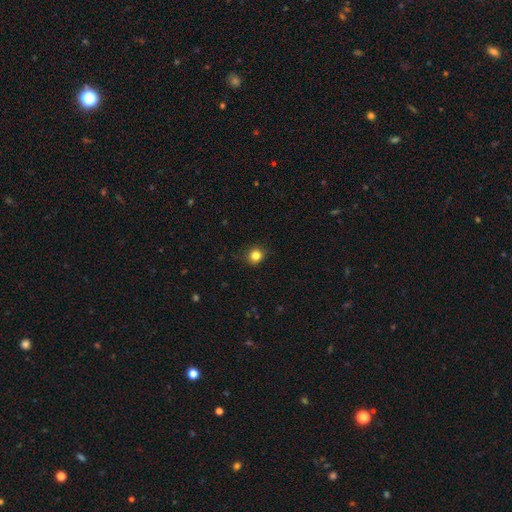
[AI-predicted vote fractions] Q: Smooth or featured?
A: smooth (83%); runner-up: star or artifact (12%)
Q: How rounded?
A: round (90%); runner-up: in between (9%)
Q: Merging?
A: none (86%); runner-up: minor disturbance (11%)